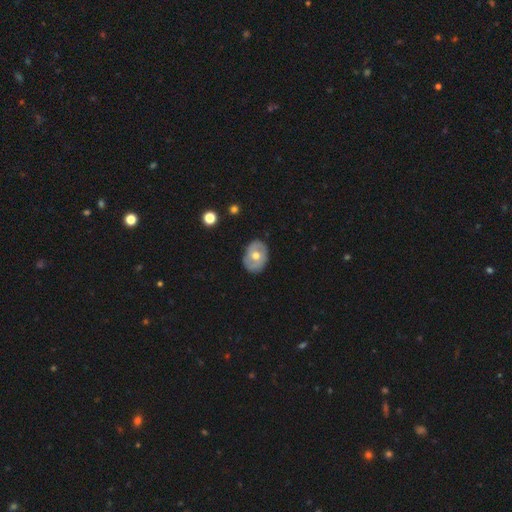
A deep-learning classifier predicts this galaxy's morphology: A featured or disk galaxy (53%). Merging: none (82%).